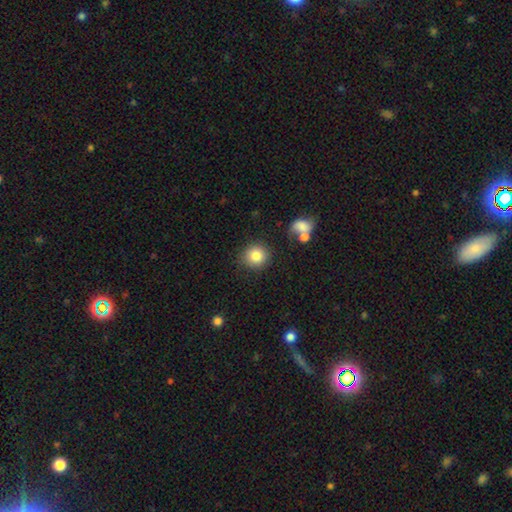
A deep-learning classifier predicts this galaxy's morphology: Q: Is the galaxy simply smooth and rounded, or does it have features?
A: smooth — 84%.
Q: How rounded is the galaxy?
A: round — 89%.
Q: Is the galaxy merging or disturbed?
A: none — 85%.